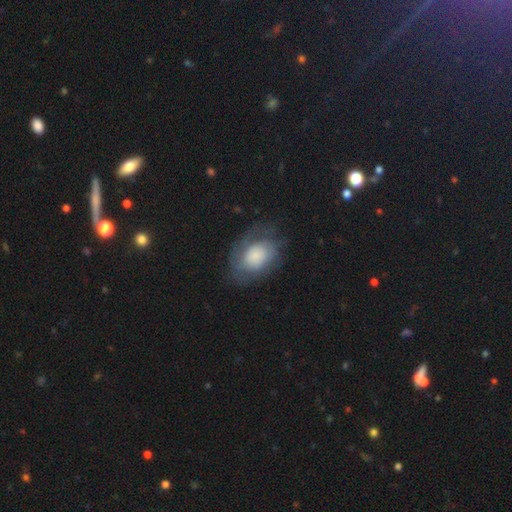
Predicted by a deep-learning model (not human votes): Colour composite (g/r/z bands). It shows a smooth galaxy with no disk features (56%) that is in between round and cigar-shaped (75%). Merging: none (57%).